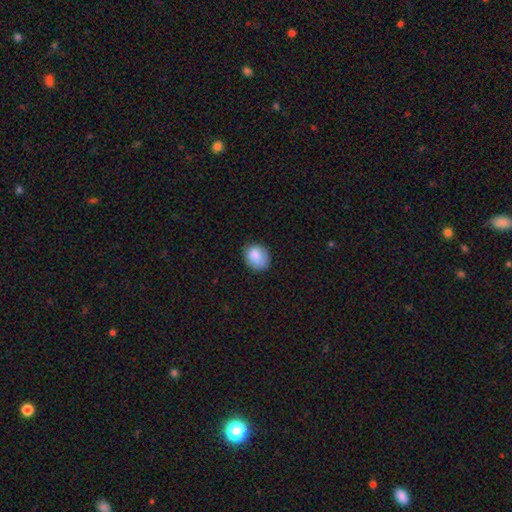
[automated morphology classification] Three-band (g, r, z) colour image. It shows a smooth galaxy with no disk features (86%) that is round (55%). Merging: none (72%).